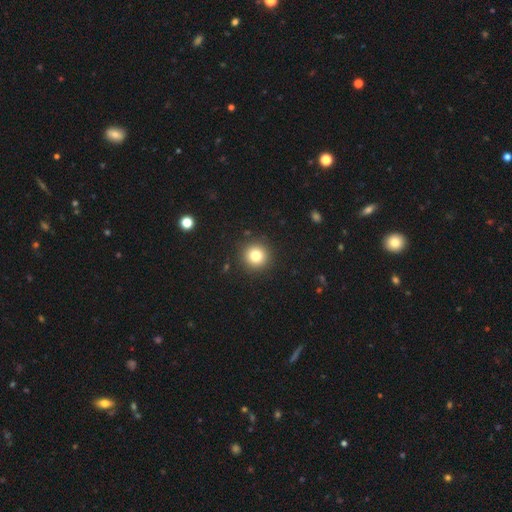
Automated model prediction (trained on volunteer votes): Morphology: type=smooth (80%); roundness=round (95%); merging=none (91%).